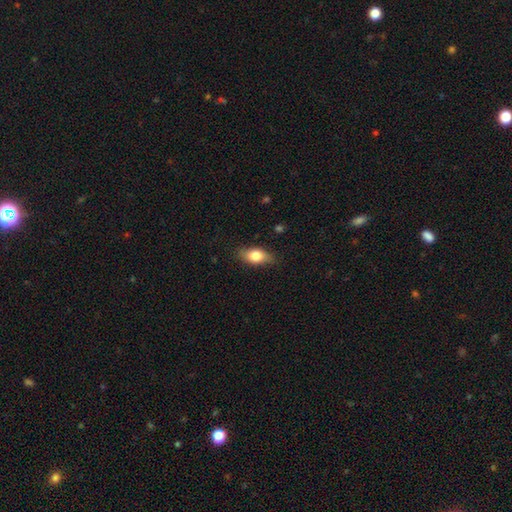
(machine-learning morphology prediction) Smooth or featured? smooth (77%)
How rounded? in between (86%)
Merging? none (81%)